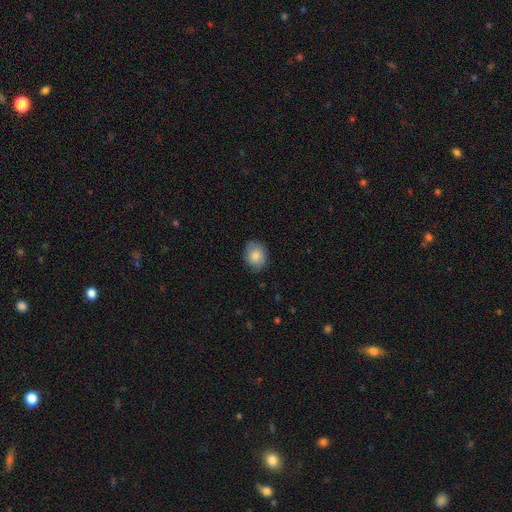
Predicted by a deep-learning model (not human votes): Overall: smooth (81%). How rounded: in between (53%; round 46%). Merging: none (80%).